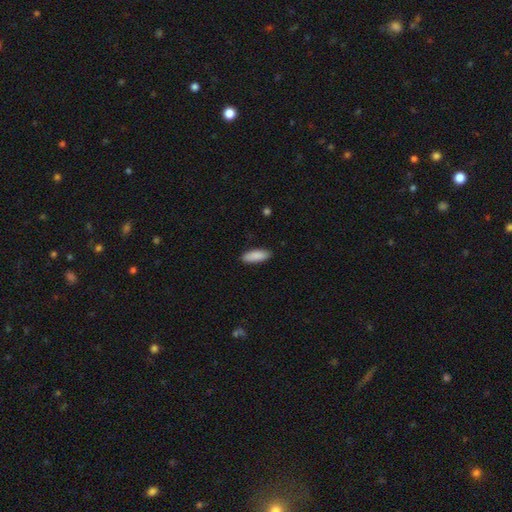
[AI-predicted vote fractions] smooth_or_featured: smooth (p=0.90) [alt: star or artifact p=0.06]
how_rounded: in between (p=0.68) [alt: cigar-shaped p=0.31]
merging: none (p=0.88) [alt: minor disturbance p=0.09]